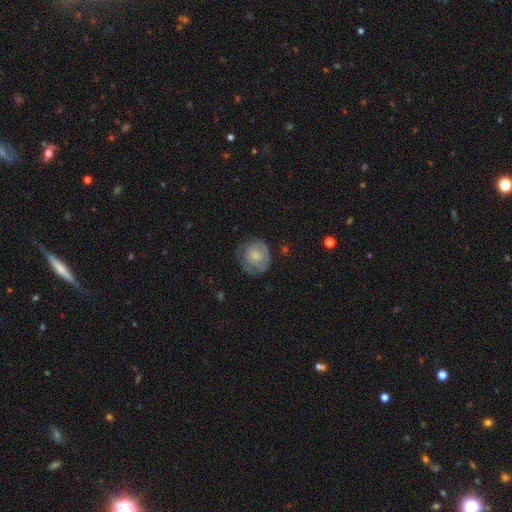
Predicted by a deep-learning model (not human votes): Q: Smooth or featured?
A: smooth (51%); runner-up: featured or disk (42%)
Q: How rounded?
A: round (82%); runner-up: in between (17%)
Q: Merging?
A: none (56%); runner-up: minor disturbance (27%)